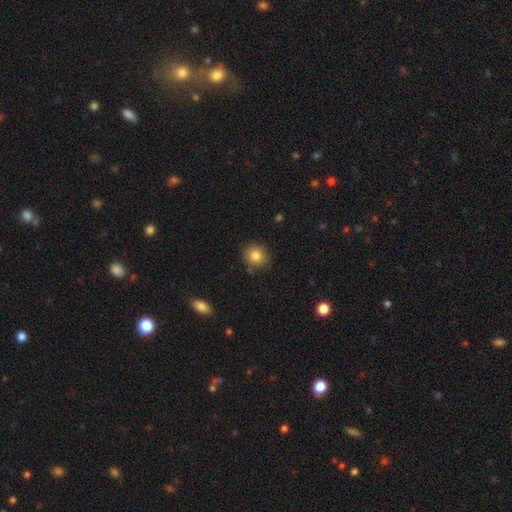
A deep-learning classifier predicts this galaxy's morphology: smooth-or-featured: smooth: 82% | star or artifact: 10% | featured or disk: 8%
  how-rounded: round: 84% | in between: 15% | cigar-shaped: 1%
  merging: none: 86% | minor disturbance: 10% | major disturbance: 2% | merger: 2%